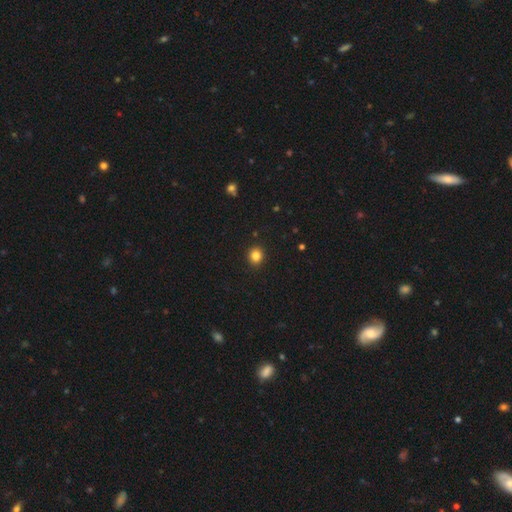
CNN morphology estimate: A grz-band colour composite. It shows a smooth galaxy with no disk features (84%) that is round (81%). Merging: none (91%).